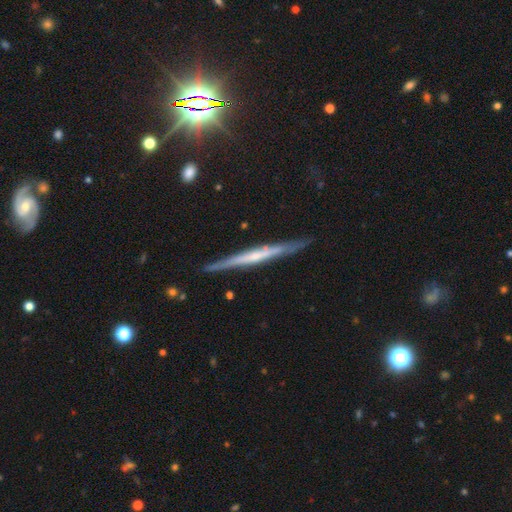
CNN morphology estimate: Smooth or featured? featured or disk (71%)
Edge-on disk? yes (97%)
Edge-on bulge? none (55%)
Merging? none (86%)